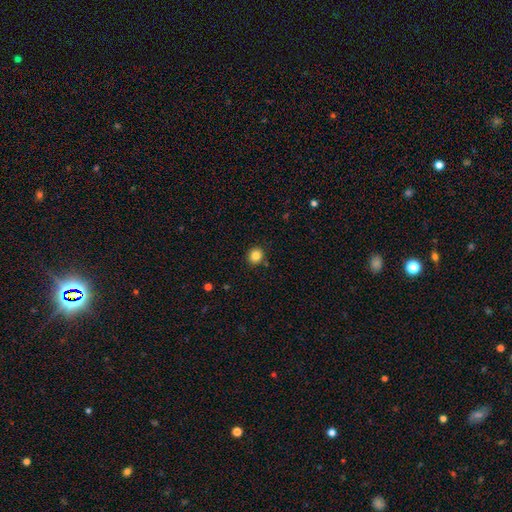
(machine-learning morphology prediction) The model was most divided on "how rounded": round: 84%, in between: 15%, cigar-shaped: 1%. More confident: merging — none (88%); smooth or featured — smooth (84%).